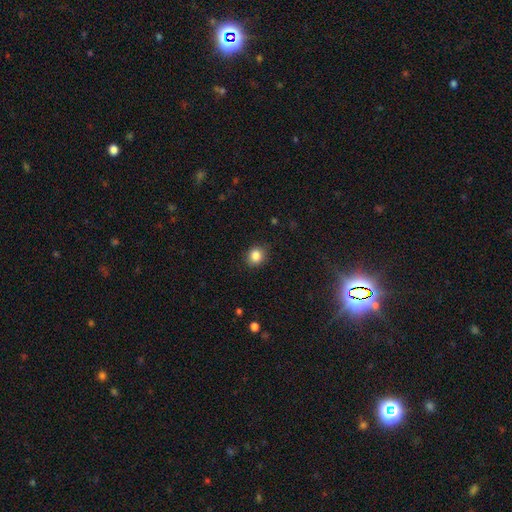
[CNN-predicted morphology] Smooth or featured: smooth — 85% (star or artifact — 11%)
How rounded: round — 77% (in between — 22%)
Merging: none — 86% (minor disturbance — 10%)